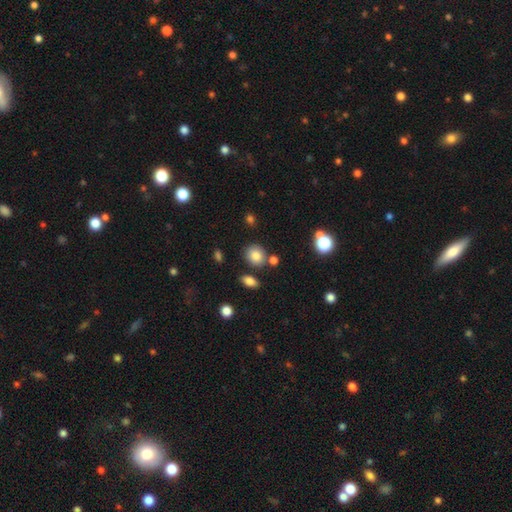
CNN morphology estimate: This is clearly a smooth galaxy (82%). How rounded: likely round (73%). Merging: likely none (77%).